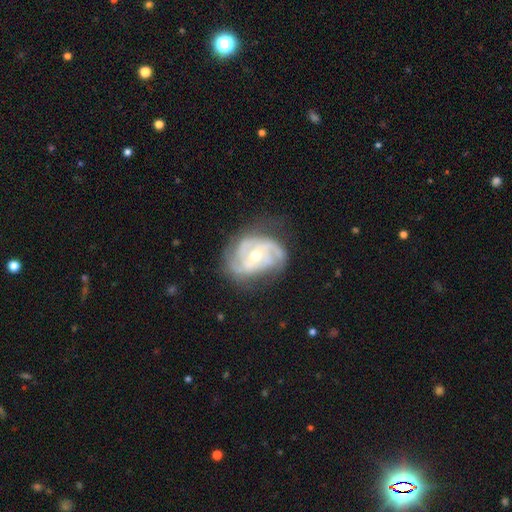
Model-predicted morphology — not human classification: smooth_or_featured: featured or disk (p=0.88) [alt: smooth p=0.07]
disk_edge_on: no (p=0.97) [alt: yes p=0.03]
bar: no (p=0.57) [alt: weak p=0.32]
has_spiral_arms: yes (p=0.96) [alt: no p=0.04]
spiral_winding: tight (p=0.51) [alt: medium p=0.39]
spiral_arm_count: 3 (p=0.46) [alt: 2 p=0.21]
bulge_size: moderate (p=0.60) [alt: small p=0.36]
merging: none (p=0.67) [alt: minor disturbance p=0.21]